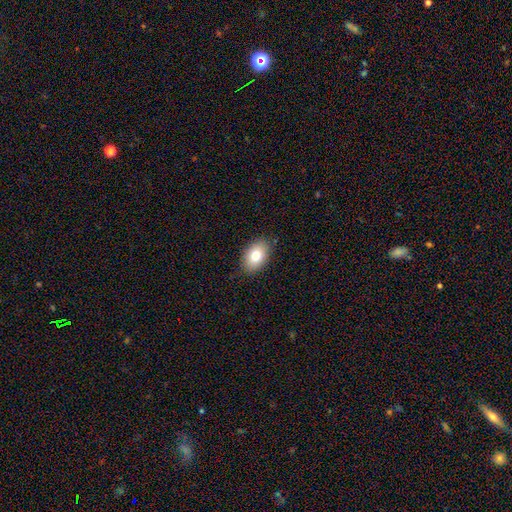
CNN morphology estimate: Smooth or featured? Predicted: smooth (p=0.79). How rounded? Predicted: in between (p=0.88). Merging? Predicted: none (p=0.86).